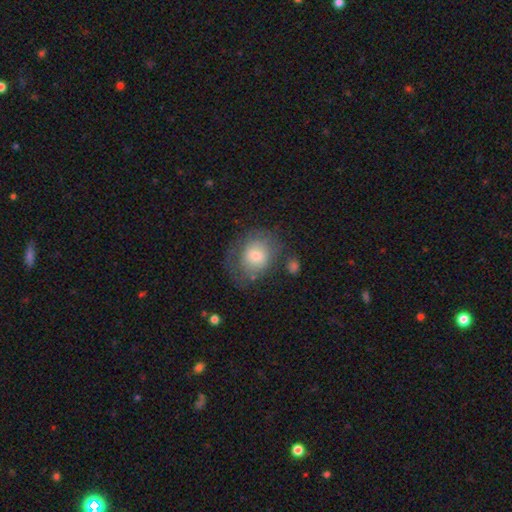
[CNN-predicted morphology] Smooth or featured? Predicted: smooth (p=0.62). How rounded? Predicted: round (p=0.56). Merging? Predicted: none (p=0.51).